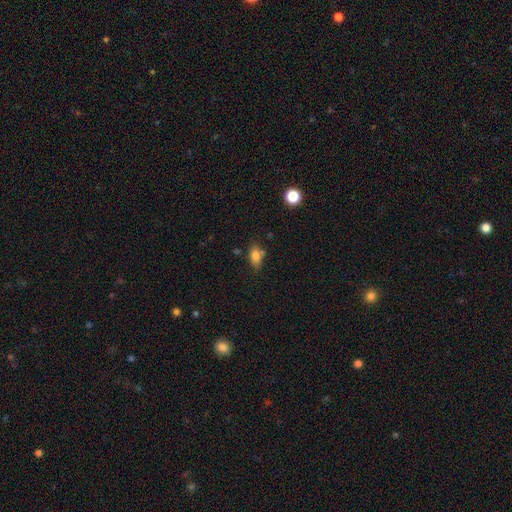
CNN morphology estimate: This appears to be a smooth galaxy with no disk features (77%) that is in between round and cigar-shaped (80%). Merging: none (63%).